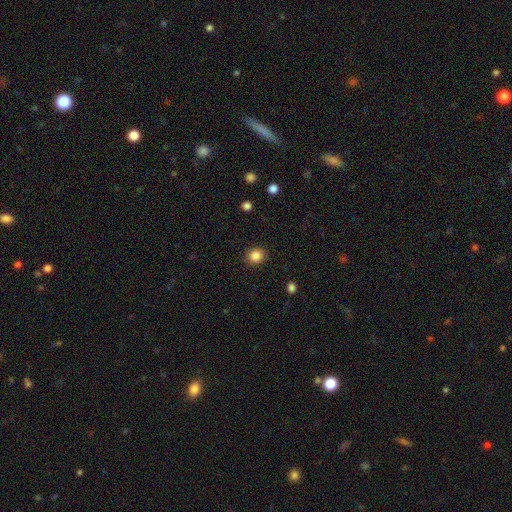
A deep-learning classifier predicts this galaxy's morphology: smooth-or-featured: smooth: 86% | star or artifact: 10% | featured or disk: 4%
  how-rounded: round: 80% | in between: 19% | cigar-shaped: 1%
  merging: none: 90% | minor disturbance: 7% | major disturbance: 2% | merger: 1%